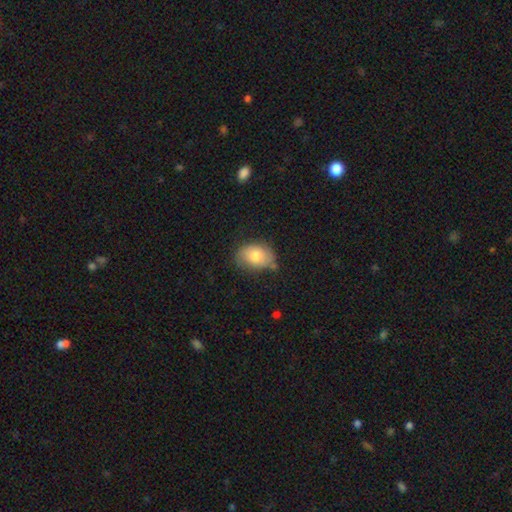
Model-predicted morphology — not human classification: This is likely a smooth galaxy (76%). How rounded: likely in between (76%). Merging: likely none (67%).